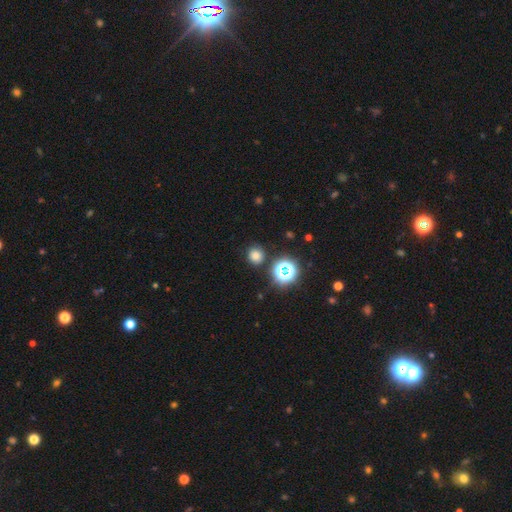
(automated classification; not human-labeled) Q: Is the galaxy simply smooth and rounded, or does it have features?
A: smooth — 74%.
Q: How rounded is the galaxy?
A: round — 88%.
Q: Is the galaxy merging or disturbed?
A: none — 86%.